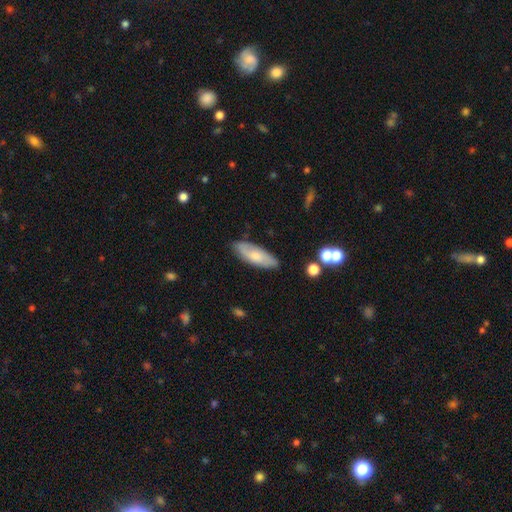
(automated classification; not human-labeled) smooth-or-featured: smooth: 65% | featured or disk: 29% | star or artifact: 6%
  how-rounded: in between: 64% | cigar-shaped: 34% | round: 2%
  merging: none: 82% | minor disturbance: 14% | major disturbance: 3% | merger: 2%